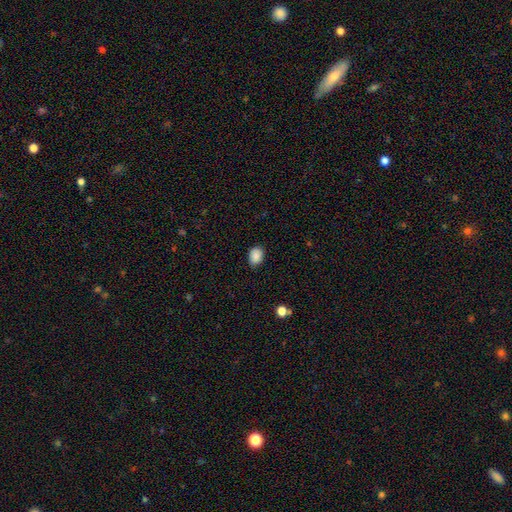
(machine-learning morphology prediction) Smooth or featured: smooth — 88% (star or artifact — 8%)
How rounded: in between — 74% (round — 25%)
Merging: none — 84% (minor disturbance — 12%)